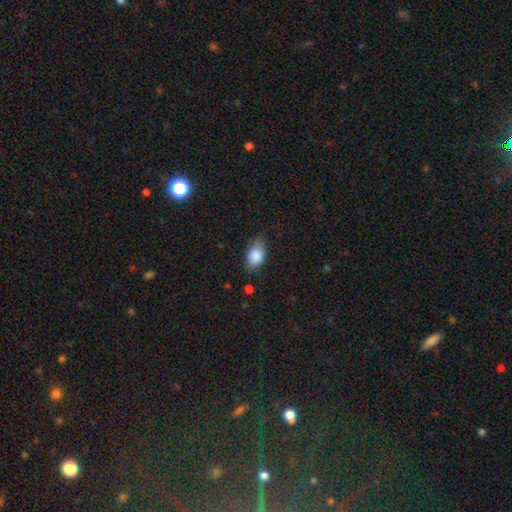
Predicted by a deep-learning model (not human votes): This is clearly a smooth galaxy (86%). How rounded: clearly in between (83%). Merging: likely none (67%).